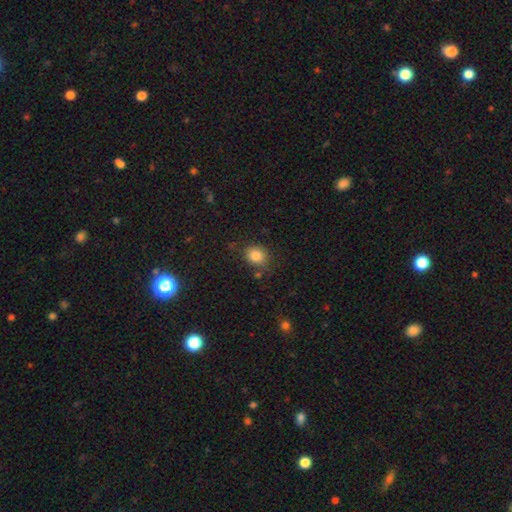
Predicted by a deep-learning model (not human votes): A smooth galaxy with no disk features (84%) that is round (62%).

Vote fractions:
- Smooth or featured? smooth: 84% / star or artifact: 11% / featured or disk: 5%
- How rounded? round: 62% / in between: 37% / cigar-shaped: 1%
- Merging? none: 76% / minor disturbance: 16% / major disturbance: 5% / merger: 4%